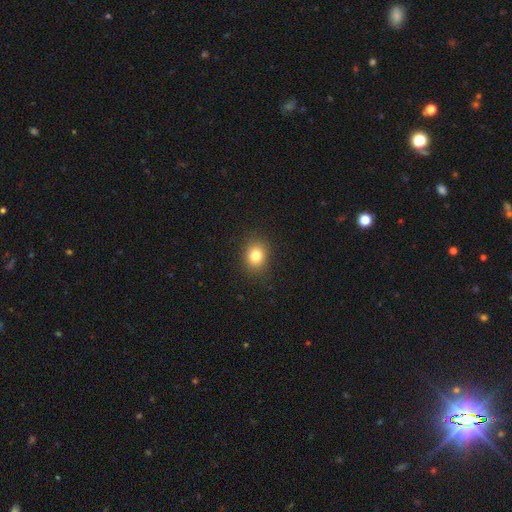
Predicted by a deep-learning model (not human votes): smooth 80%, star or artifact 12%, featured or disk 8%. Down the decision tree: how rounded — round (60%); merging — none (87%).